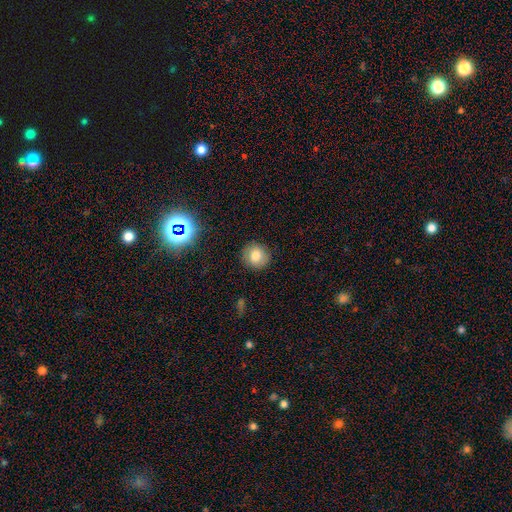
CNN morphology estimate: Smooth or featured: smooth — 77% (star or artifact — 12%)
How rounded: round — 89% (in between — 10%)
Merging: none — 89% (minor disturbance — 7%)